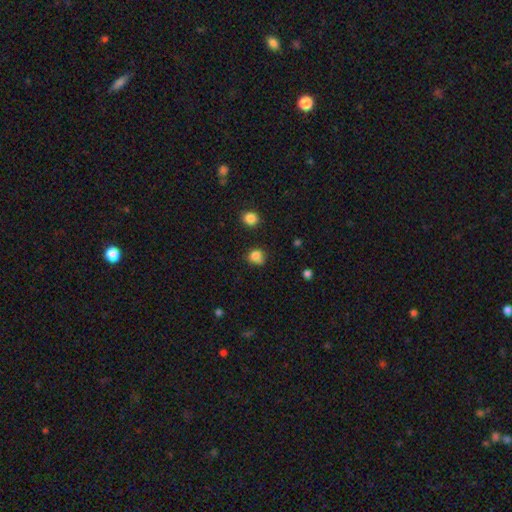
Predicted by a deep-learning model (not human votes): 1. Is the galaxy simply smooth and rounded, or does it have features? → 82% smooth, 12% star or artifact, 6% featured or disk.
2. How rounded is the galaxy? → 69% round, 30% in between, 1% cigar-shaped.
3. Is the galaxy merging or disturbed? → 58% none, 27% minor disturbance, 8% major disturbance, 7% merger.